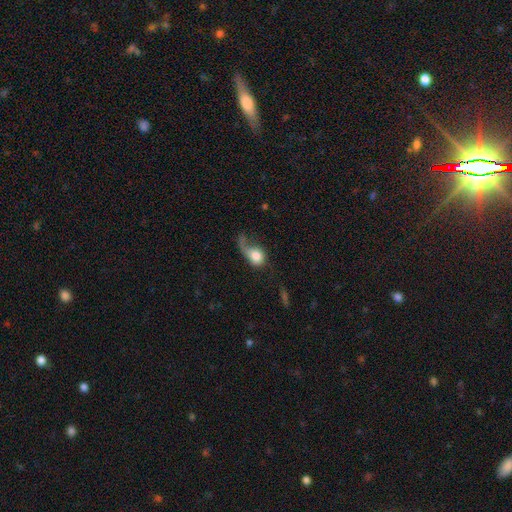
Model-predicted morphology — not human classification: Smooth or featured? smooth (63%)
How rounded? round (50%)
Merging? major disturbance (54%)